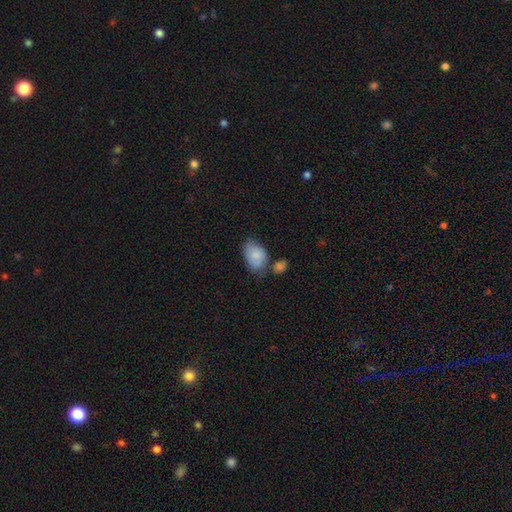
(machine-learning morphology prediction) Q: Smooth or featured?
A: smooth (82%); runner-up: featured or disk (12%)
Q: How rounded?
A: in between (85%); runner-up: round (14%)
Q: Merging?
A: none (49%); runner-up: minor disturbance (28%)